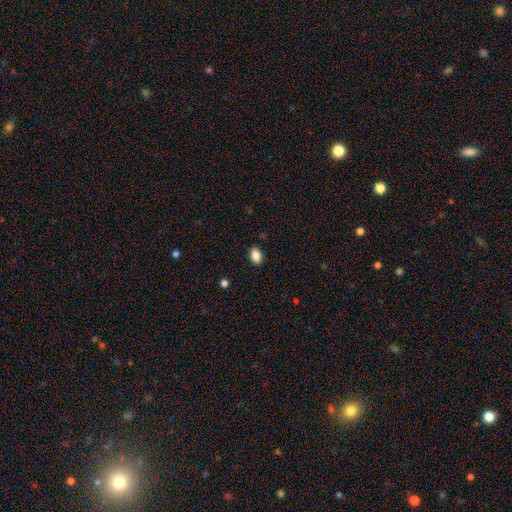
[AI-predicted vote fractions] This appears to be a smooth galaxy with no disk features (88%) that is in between round and cigar-shaped (85%). Merging: none (88%).